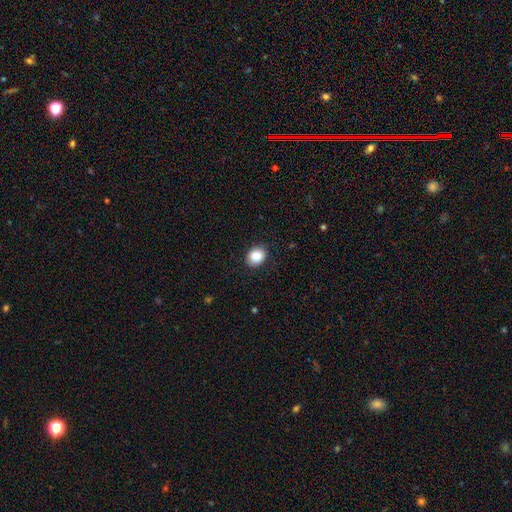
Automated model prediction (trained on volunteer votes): This appears to be a smooth galaxy with no disk features (87%) that is round (50%). Merging: none (89%).